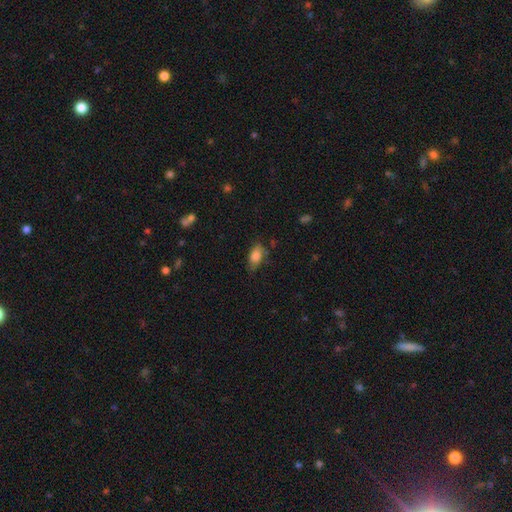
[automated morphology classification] Smooth or featured: smooth — 82% (featured or disk — 10%)
How rounded: in between — 88% (cigar-shaped — 6%)
Merging: none — 66% (minor disturbance — 25%)